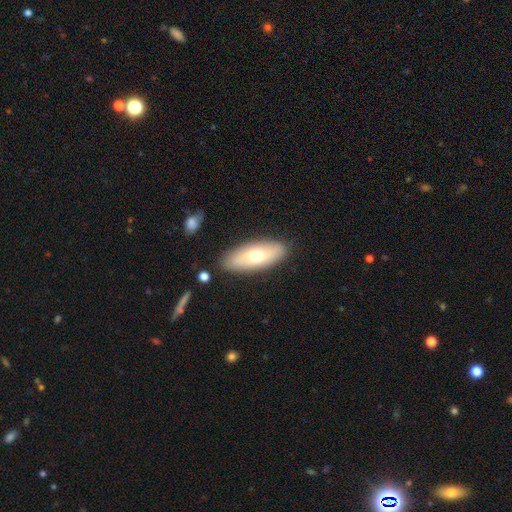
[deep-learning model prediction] Smooth or featured? smooth (62%)
How rounded? in between (77%)
Merging? none (85%)